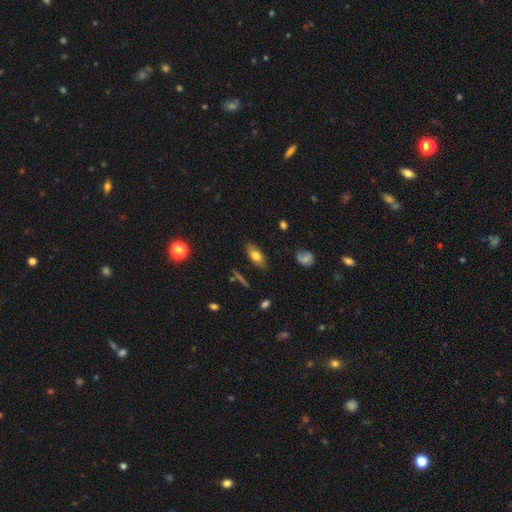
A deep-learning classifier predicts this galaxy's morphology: This is likely a smooth galaxy (73%). How rounded: clearly in between (83%). Merging: clearly none (83%).